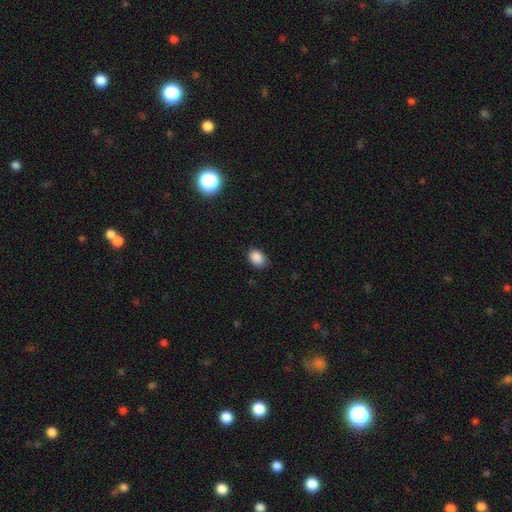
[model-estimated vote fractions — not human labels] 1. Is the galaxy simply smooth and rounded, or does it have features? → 88% smooth, 9% star or artifact, 3% featured or disk.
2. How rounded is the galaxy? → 79% in between, 20% round, 1% cigar-shaped.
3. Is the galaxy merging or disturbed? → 85% none, 12% minor disturbance, 2% major disturbance, 1% merger.